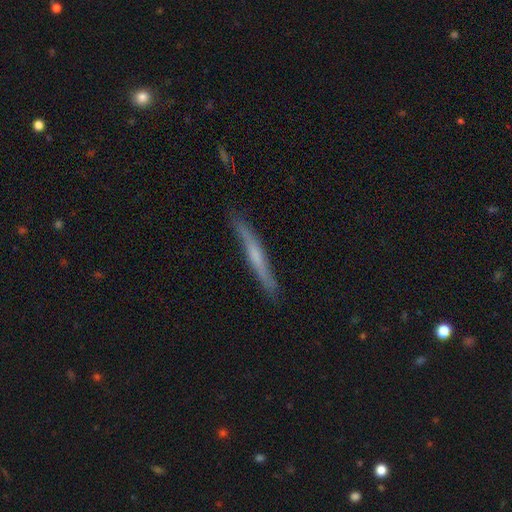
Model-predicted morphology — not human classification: Smooth or featured: featured or disk — 52% (smooth — 41%)
Edge-on disk: yes — 92% (no — 8%)
Merging: none — 85% (minor disturbance — 12%)